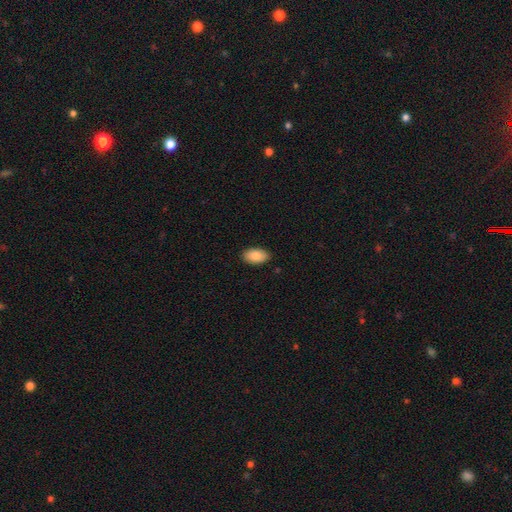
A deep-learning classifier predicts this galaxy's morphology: This appears to be a smooth galaxy with no disk features (88%) that is in between round and cigar-shaped (94%). Merging: none (89%).